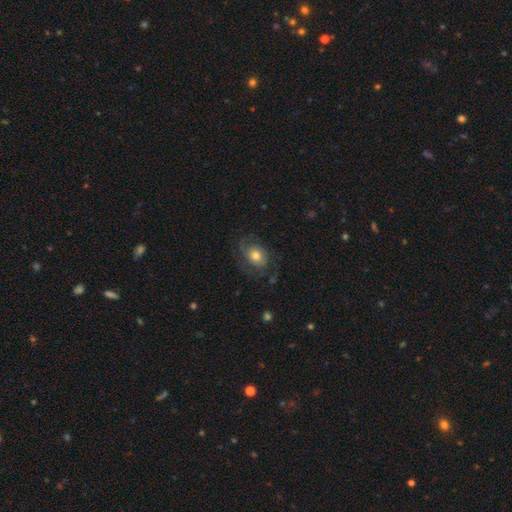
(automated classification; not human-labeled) Overall: featured or disk (52%; smooth 40%). Edge-on disk: no (96%). Bar: no (79%). Spiral arms: yes (78%). Bulge size: moderate (66%). Merging: none (63%).